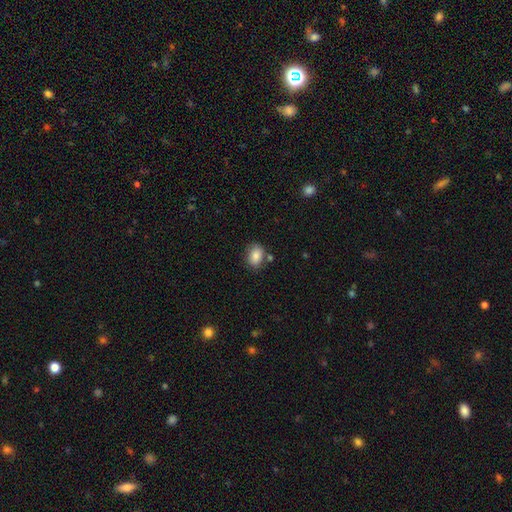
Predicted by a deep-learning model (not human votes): Smooth or featured? Predicted: smooth (p=0.84). How rounded? Predicted: in between (p=0.69). Merging? Predicted: none (p=0.74).